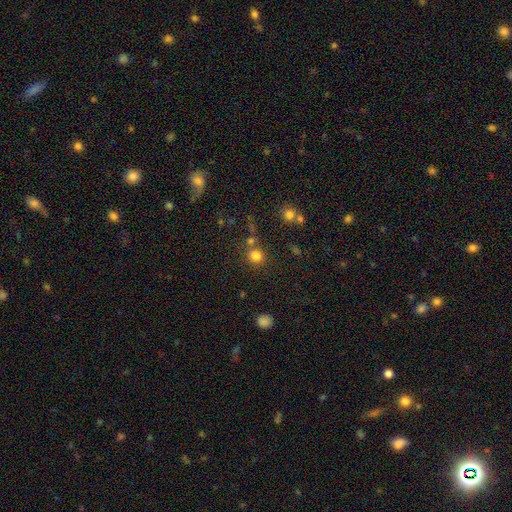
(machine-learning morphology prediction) This appears to be a smooth galaxy with no disk features (79%) that is round (87%). Merging: none (70%).